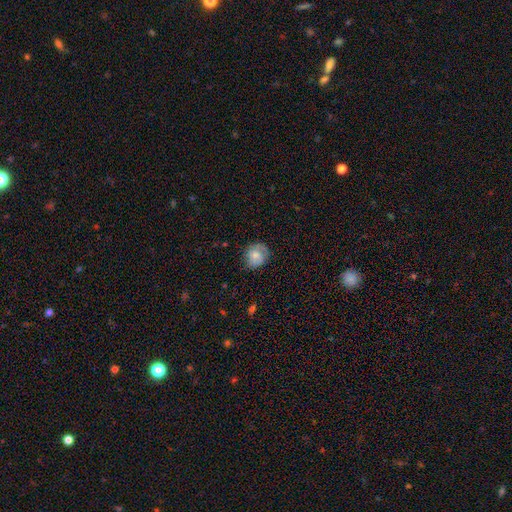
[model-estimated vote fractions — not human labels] Morphology: type=smooth (68%); roundness=round (77%); merging=none (70%).